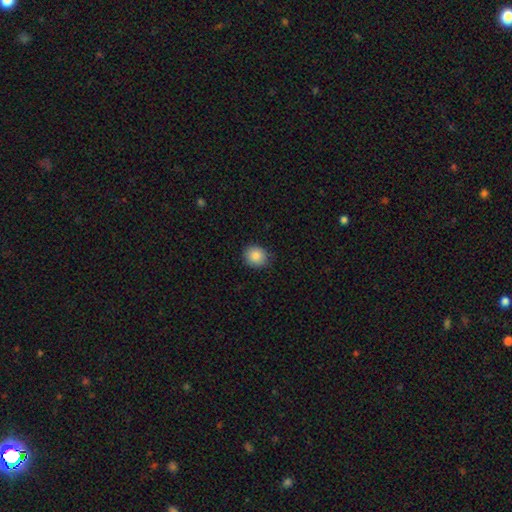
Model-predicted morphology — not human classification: smooth_or_featured: smooth (p=0.87) [alt: star or artifact p=0.09]
how_rounded: round (p=0.79) [alt: in between p=0.21]
merging: none (p=0.85) [alt: minor disturbance p=0.12]